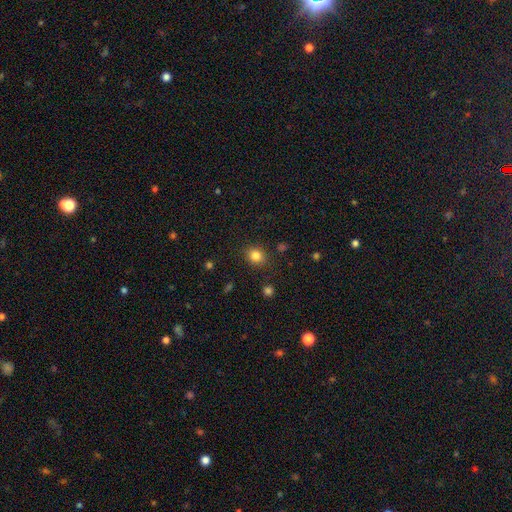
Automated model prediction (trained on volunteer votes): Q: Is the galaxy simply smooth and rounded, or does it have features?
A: smooth — 83%.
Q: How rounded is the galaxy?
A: round — 69%.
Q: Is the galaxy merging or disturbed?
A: none — 86%.